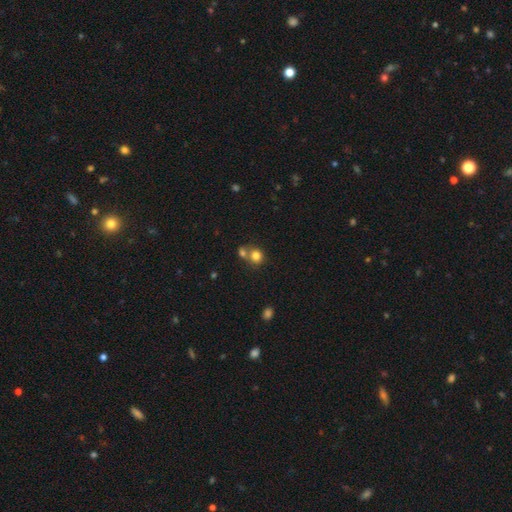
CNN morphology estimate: A smooth galaxy with no disk features (79%) that is round (84%).

Vote fractions:
- Smooth or featured? smooth: 79% / star or artifact: 12% / featured or disk: 9%
- How rounded? round: 84% / in between: 16% / cigar-shaped: 1%
- Merging? none: 48% / merger: 41% / minor disturbance: 8% / major disturbance: 3%